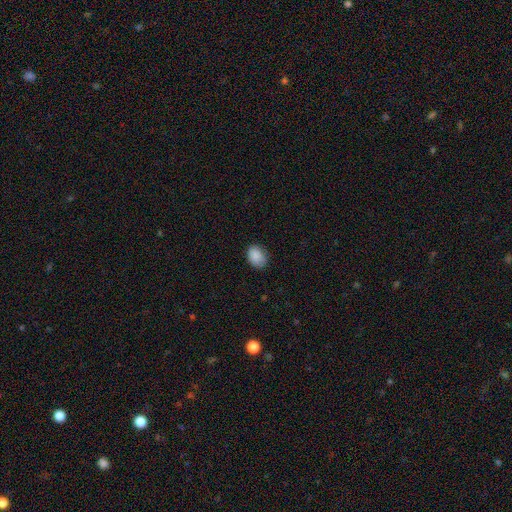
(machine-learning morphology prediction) Smooth or featured?
  - smooth: 88% *
  - star or artifact: 8%
  - featured or disk: 4%
How rounded?
  - in between: 73% *
  - round: 26%
  - cigar-shaped: 1%
Merging?
  - none: 81% *
  - minor disturbance: 16%
  - major disturbance: 3%
  - merger: 1%